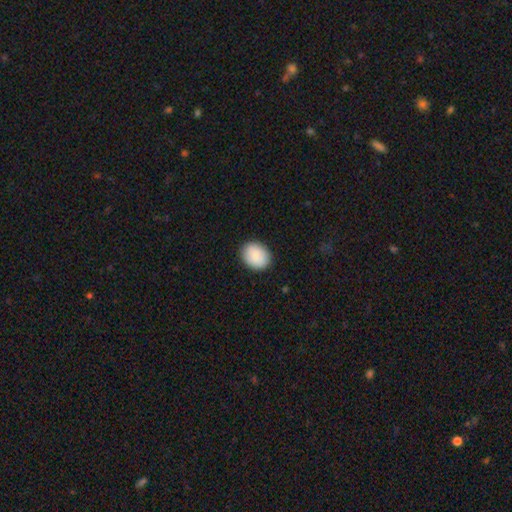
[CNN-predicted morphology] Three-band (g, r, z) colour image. It shows a smooth galaxy with no disk features (89%) that is in between round and cigar-shaped (52%). Merging: none (89%).